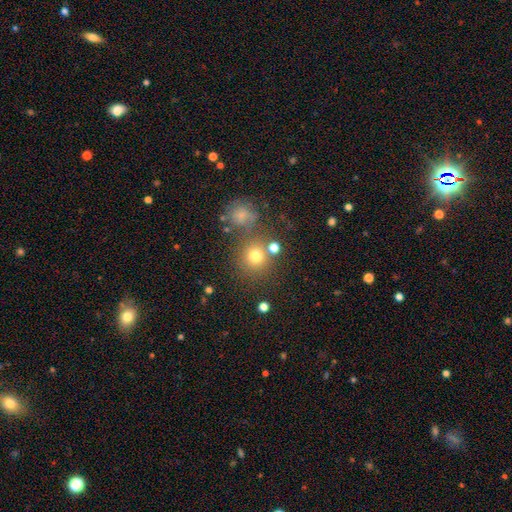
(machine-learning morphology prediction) This is likely a smooth galaxy (75%). How rounded: clearly round (89%). Merging: likely none (69%).